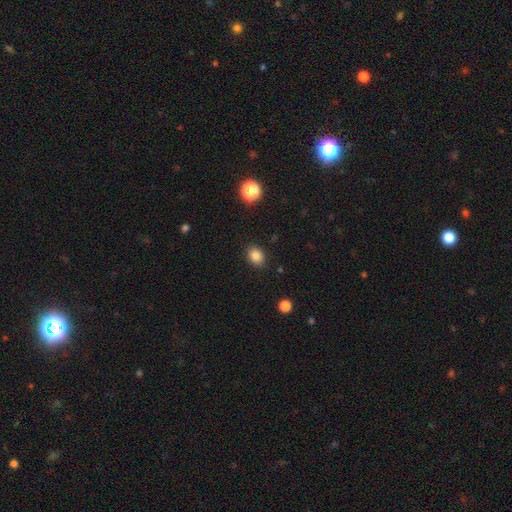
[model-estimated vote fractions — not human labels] Smooth or featured: smooth — 85% (star or artifact — 11%)
How rounded: round — 54% (in between — 45%)
Merging: none — 88% (minor disturbance — 8%)